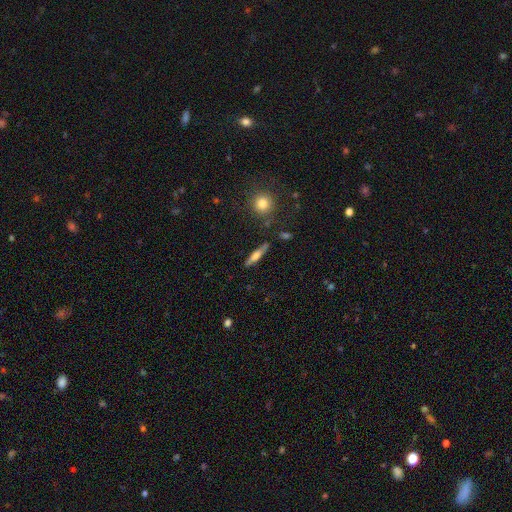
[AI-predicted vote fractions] smooth 51%, featured or disk 42%, star or artifact 7%. Down the decision tree: how rounded — cigar-shaped (82%); merging — none (84%).